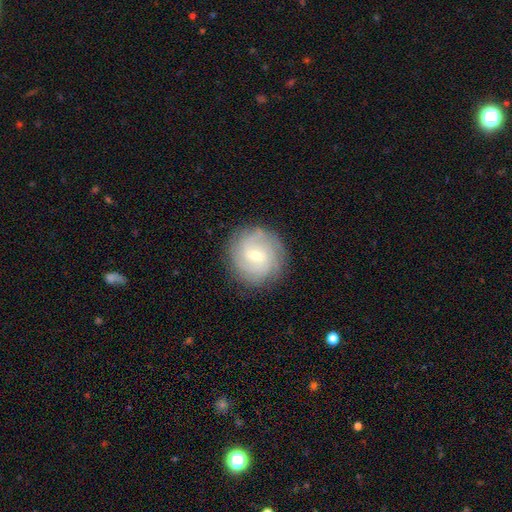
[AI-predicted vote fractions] featured or disk 71%, smooth 22%, star or artifact 7%. Down the decision tree: edge-on disk — no (97%); bar — weak (62%); spiral arms — yes (90%); spiral arm count — can't tell (41%); spiral winding — tight (63%); bulge size — small (54%); merging — none (84%).